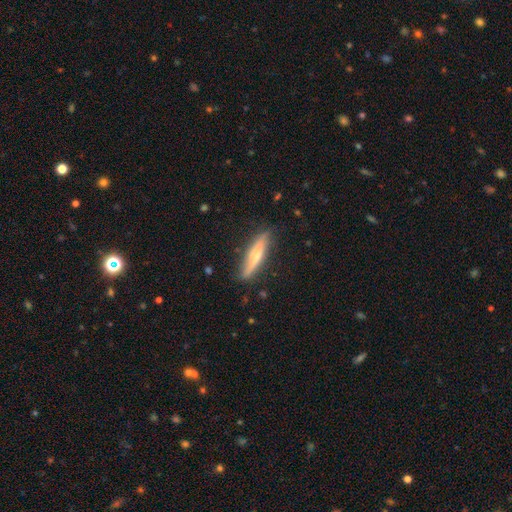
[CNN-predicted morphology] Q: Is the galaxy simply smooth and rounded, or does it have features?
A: smooth — 48%.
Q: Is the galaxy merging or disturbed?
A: none — 81%.